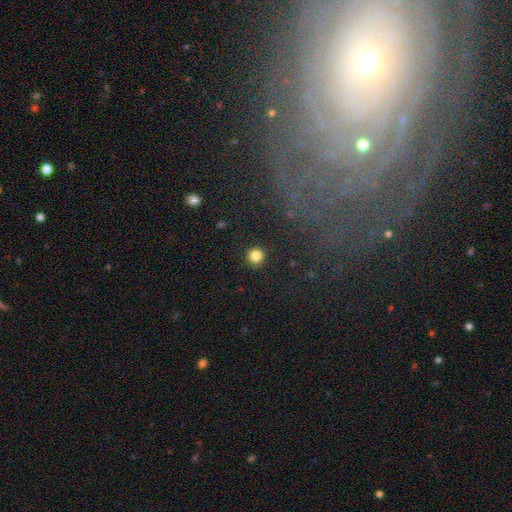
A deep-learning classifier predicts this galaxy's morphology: smooth 84%, star or artifact 11%, featured or disk 5%. Down the decision tree: how rounded — round (93%); merging — none (91%).